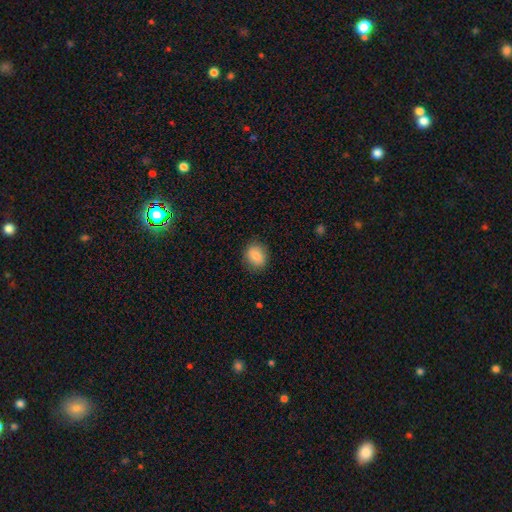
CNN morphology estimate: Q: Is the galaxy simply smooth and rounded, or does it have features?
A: smooth — 85%.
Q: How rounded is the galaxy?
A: round — 61%.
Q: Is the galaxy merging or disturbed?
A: none — 85%.